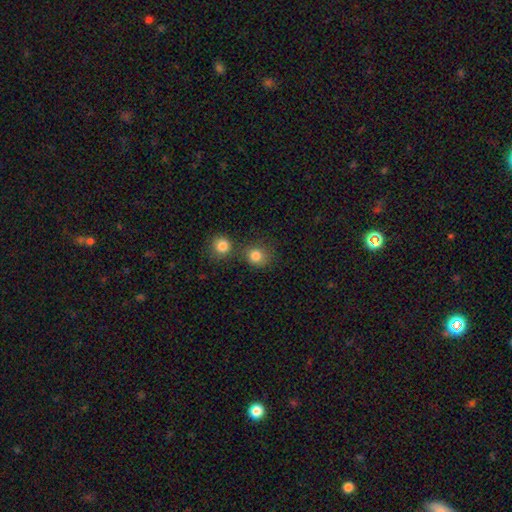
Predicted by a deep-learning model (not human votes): smooth 83%, star or artifact 11%, featured or disk 5%. Down the decision tree: how rounded — round (84%); merging — none (61%).